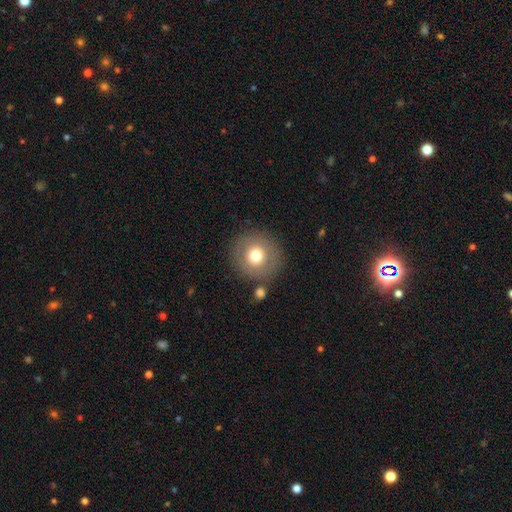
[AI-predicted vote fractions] A smooth galaxy with no disk features (69%) that is round (94%). Merging: none (83%).